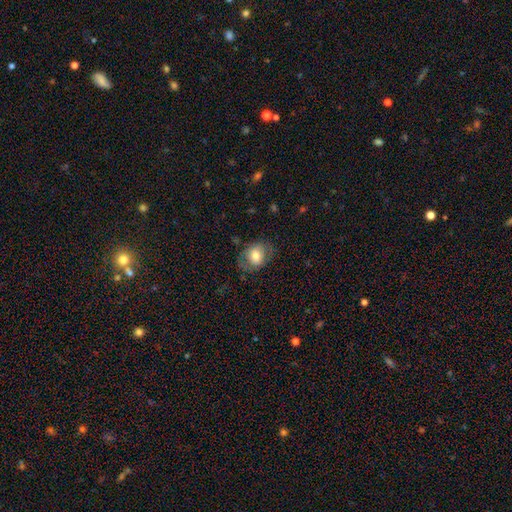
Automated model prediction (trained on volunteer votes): This appears to be a smooth galaxy with no disk features (74%) that is in between round and cigar-shaped (51%). Merging: none (69%).